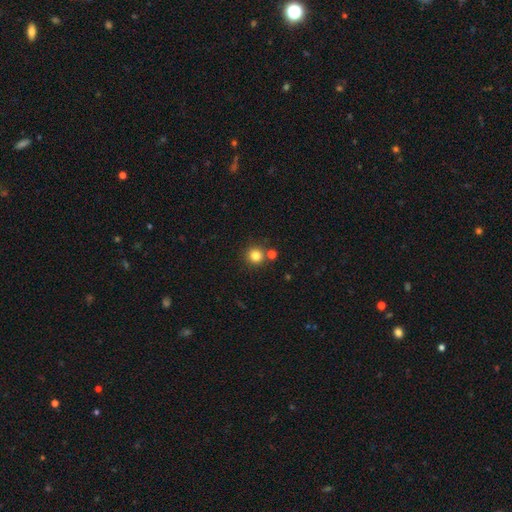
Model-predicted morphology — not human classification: Q: Smooth or featured?
A: smooth (81%); runner-up: star or artifact (13%)
Q: How rounded?
A: round (94%); runner-up: in between (5%)
Q: Merging?
A: none (79%); runner-up: merger (11%)